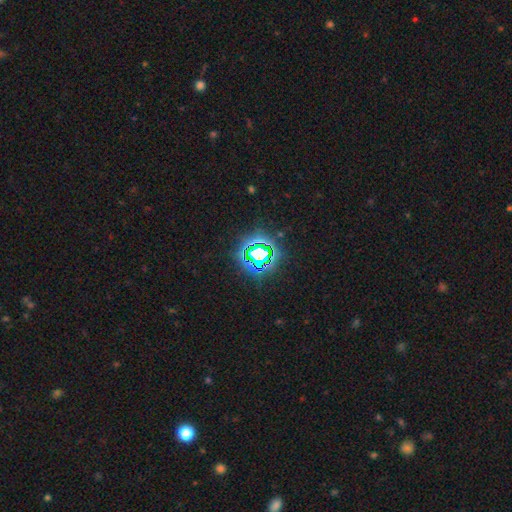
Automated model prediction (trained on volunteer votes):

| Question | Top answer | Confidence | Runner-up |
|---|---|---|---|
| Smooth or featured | star or artifact | 76% | smooth (14%) |